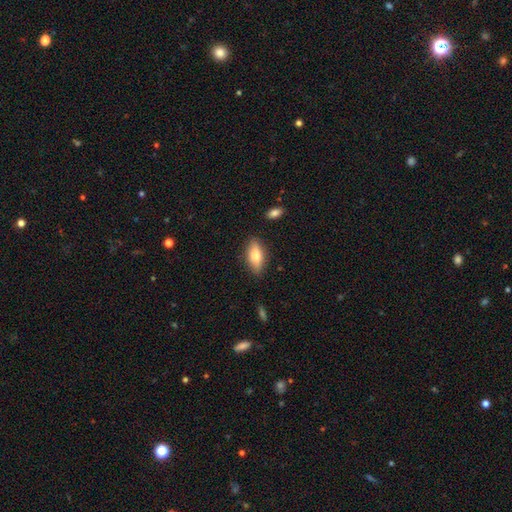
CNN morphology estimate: Smooth or featured? smooth (77%)
How rounded? in between (79%)
Merging? none (84%)